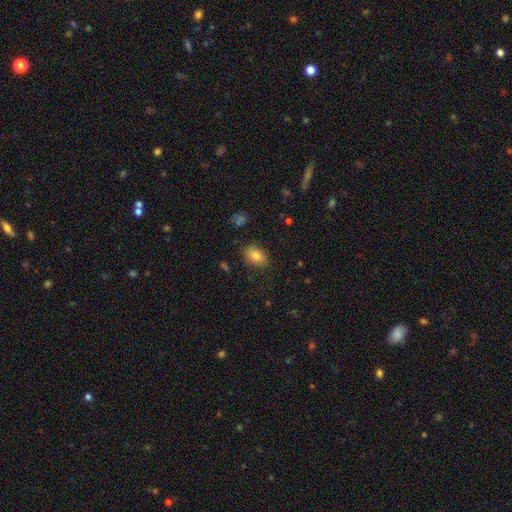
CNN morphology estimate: This is clearly a smooth galaxy (82%). How rounded: clearly in between (84%). Merging: clearly none (84%).